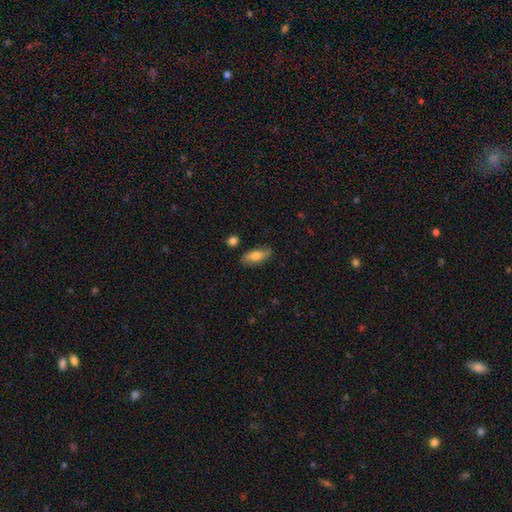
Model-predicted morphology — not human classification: Smooth or featured? smooth (71%)
How rounded? in between (79%)
Merging? none (80%)